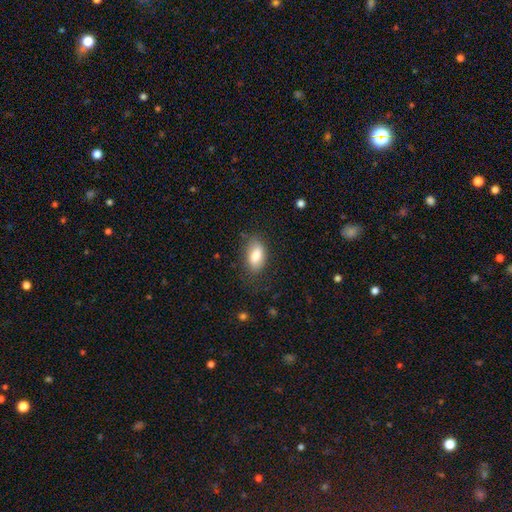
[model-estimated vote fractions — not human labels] A smooth galaxy with no disk features (82%) that is in between round and cigar-shaped (91%). Merging: none (70%).